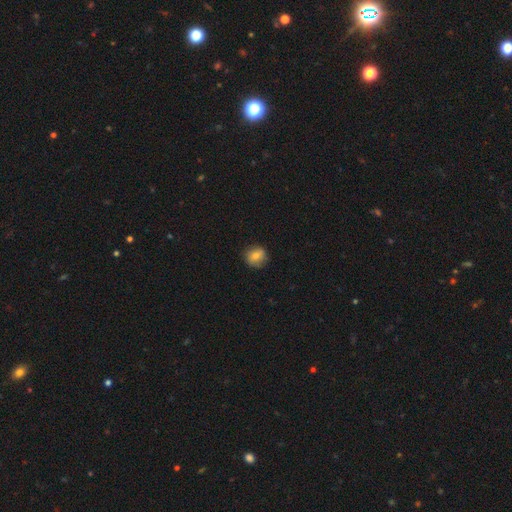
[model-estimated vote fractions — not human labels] A smooth galaxy with no disk features (74%) that is round (84%). Merging: none (83%).